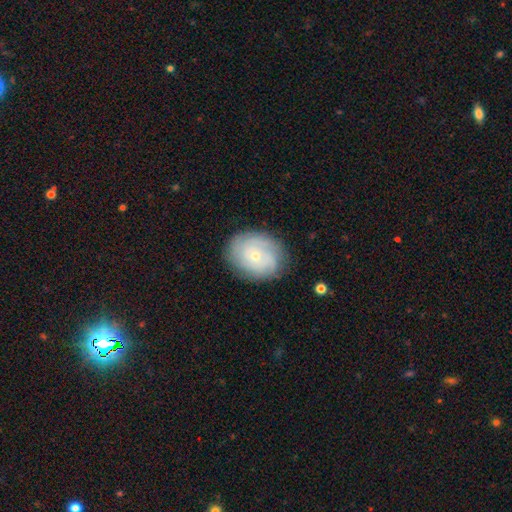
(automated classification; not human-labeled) featured or disk 64%, smooth 29%, star or artifact 8%. Down the decision tree: edge-on disk — no (97%); bar — no (81%); spiral arms — yes (86%); spiral arm count — can't tell (46%); spiral winding — tight (70%); bulge size — small (74%); merging — none (80%).